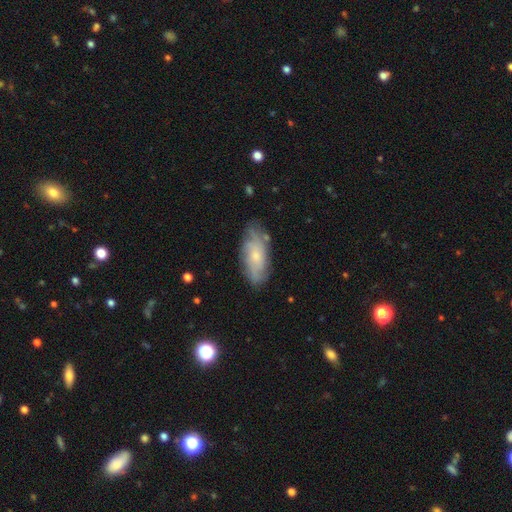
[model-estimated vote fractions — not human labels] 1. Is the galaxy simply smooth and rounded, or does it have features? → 54% featured or disk, 39% smooth, 7% star or artifact.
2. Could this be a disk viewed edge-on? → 86% no, 14% yes.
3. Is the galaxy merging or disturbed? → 72% none, 20% minor disturbance, 5% major disturbance, 2% merger.